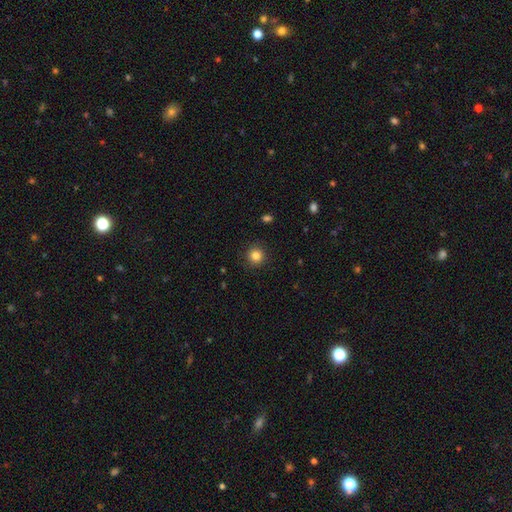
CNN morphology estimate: Smooth or featured? Predicted: smooth (p=0.84). How rounded? Predicted: round (p=0.93). Merging? Predicted: none (p=0.89).